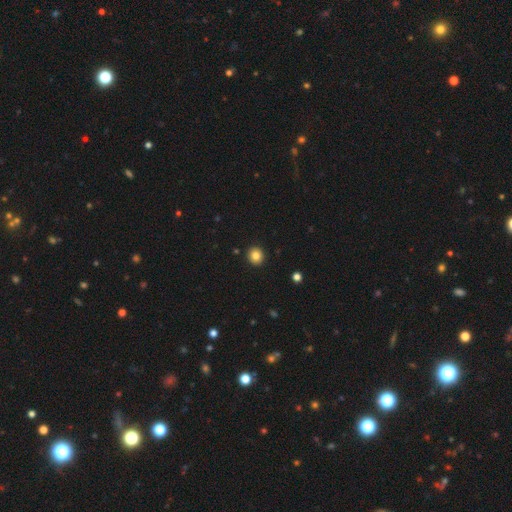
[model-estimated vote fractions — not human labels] A smooth galaxy with no disk features (83%) that is round (90%).

Vote fractions:
- Smooth or featured? smooth: 83% / star or artifact: 11% / featured or disk: 6%
- How rounded? round: 90% / in between: 9% / cigar-shaped: 1%
- Merging? none: 92% / minor disturbance: 5% / major disturbance: 2% / merger: 1%